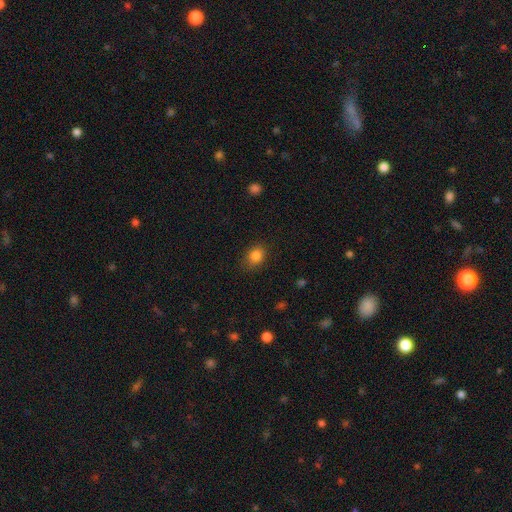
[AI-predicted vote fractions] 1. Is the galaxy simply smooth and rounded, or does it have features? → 84% smooth, 11% star or artifact, 5% featured or disk.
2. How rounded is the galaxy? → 53% round, 46% in between, 1% cigar-shaped.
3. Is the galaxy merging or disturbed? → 82% none, 13% minor disturbance, 3% major disturbance, 1% merger.